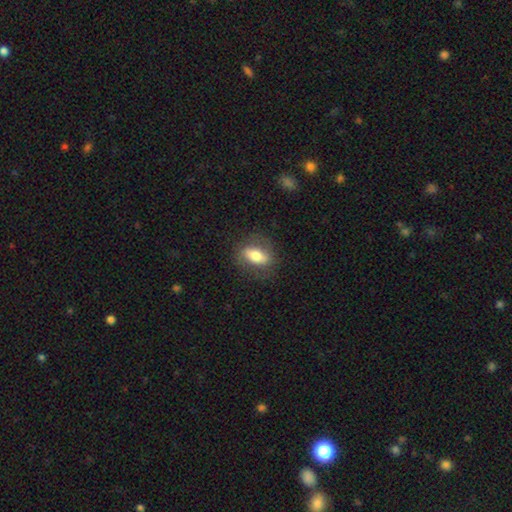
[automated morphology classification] Q: Smooth or featured?
A: smooth (65%); runner-up: featured or disk (28%)
Q: How rounded?
A: in between (79%); runner-up: round (11%)
Q: Merging?
A: none (79%); runner-up: minor disturbance (14%)